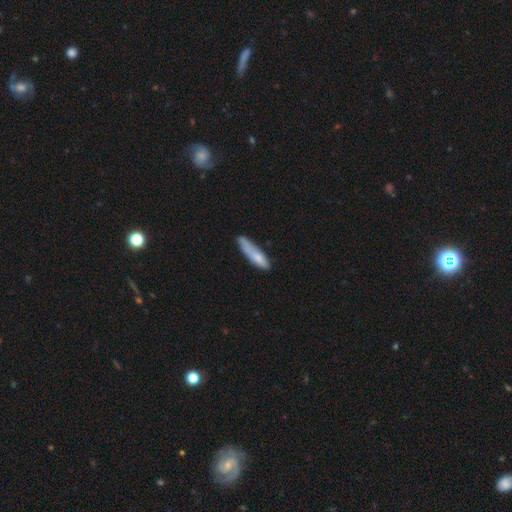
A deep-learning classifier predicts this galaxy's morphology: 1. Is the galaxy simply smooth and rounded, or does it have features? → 74% smooth, 19% featured or disk, 7% star or artifact.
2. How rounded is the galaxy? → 75% cigar-shaped, 23% in between, 2% round.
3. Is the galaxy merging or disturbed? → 51% none, 32% minor disturbance, 11% major disturbance, 6% merger.